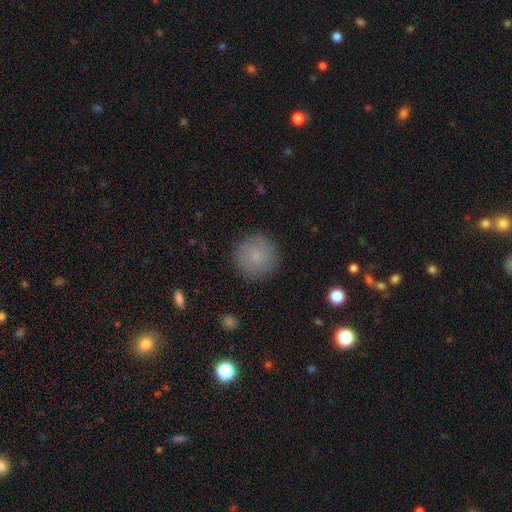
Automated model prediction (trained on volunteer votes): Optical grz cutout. It shows a smooth galaxy with no disk features (80%) that is round (95%). Merging: none (87%).